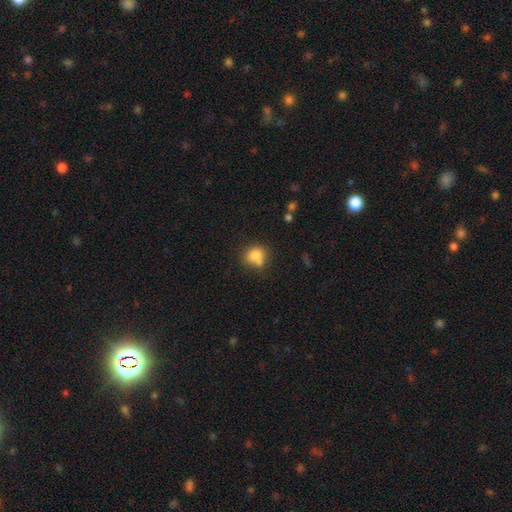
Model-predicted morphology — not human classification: This is likely a smooth galaxy (78%). How rounded: likely round (70%). Merging: possibly none (49%).